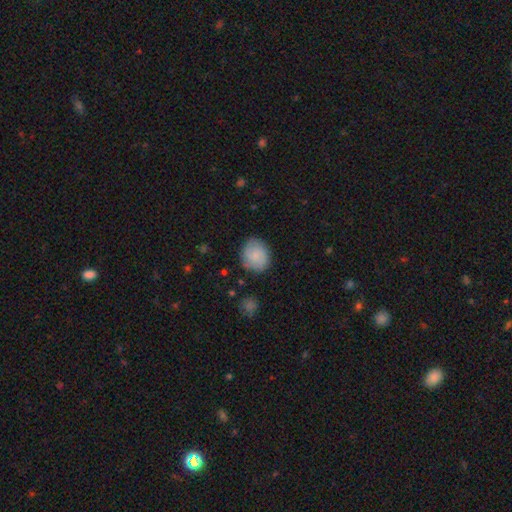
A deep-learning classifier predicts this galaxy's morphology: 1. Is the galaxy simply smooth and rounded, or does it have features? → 80% smooth, 13% featured or disk, 7% star or artifact.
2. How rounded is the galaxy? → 73% round, 27% in between, 1% cigar-shaped.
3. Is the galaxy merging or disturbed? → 79% none, 15% minor disturbance, 4% major disturbance, 2% merger.